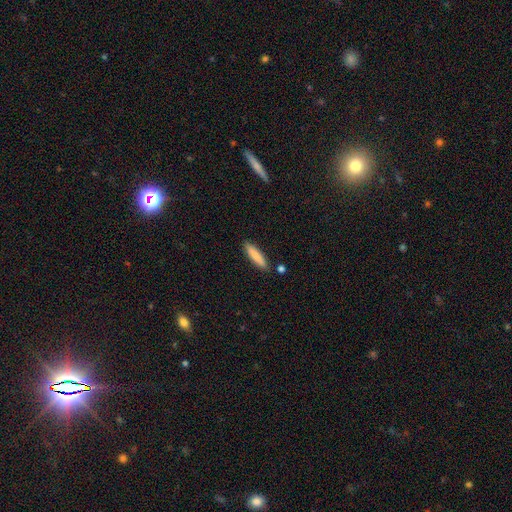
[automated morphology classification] A smooth galaxy with no disk features (84%) that is cigar-shaped (82%).

Vote fractions:
- Smooth or featured? smooth: 84% / featured or disk: 10% / star or artifact: 6%
- How rounded? cigar-shaped: 82% / in between: 17% / round: 1%
- Merging? none: 85% / minor disturbance: 10% / merger: 4% / major disturbance: 2%